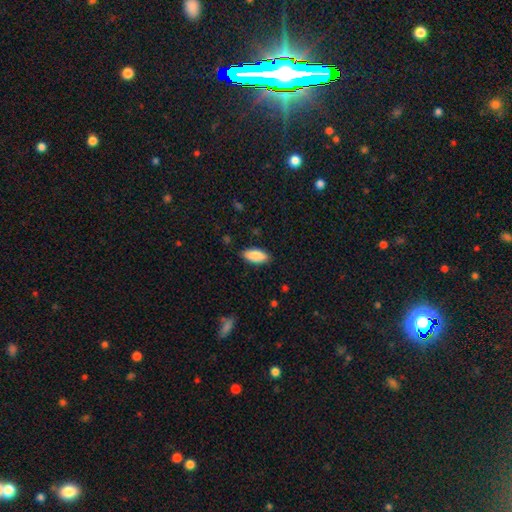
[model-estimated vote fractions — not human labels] Smooth or featured? smooth (87%)
How rounded? in between (84%)
Merging? none (86%)